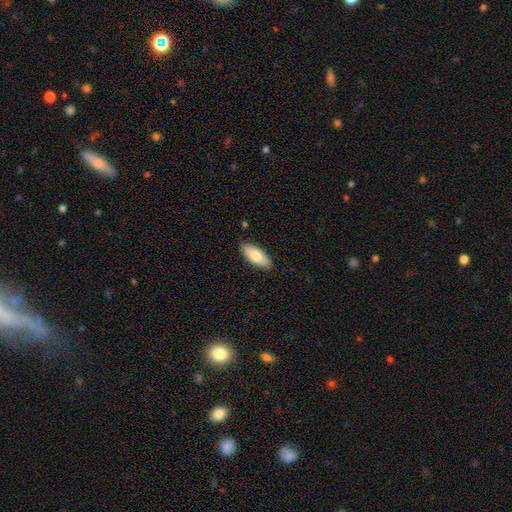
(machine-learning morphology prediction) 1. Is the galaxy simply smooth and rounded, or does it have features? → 80% smooth, 14% featured or disk, 6% star or artifact.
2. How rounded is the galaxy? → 82% in between, 16% cigar-shaped, 2% round.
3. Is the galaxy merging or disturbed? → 88% none, 9% minor disturbance, 2% major disturbance, 1% merger.